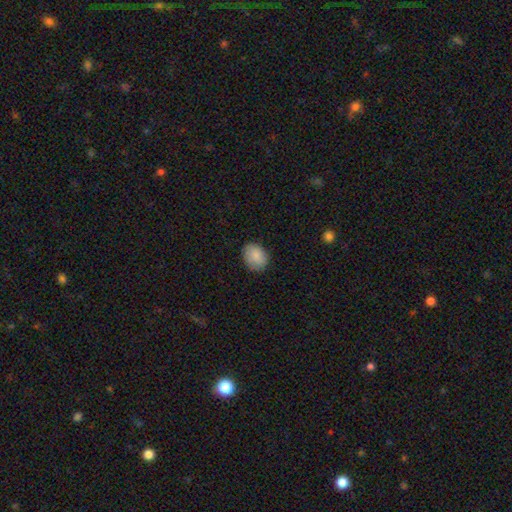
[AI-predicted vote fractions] smooth-or-featured: smooth: 88% | star or artifact: 7% | featured or disk: 6%
  how-rounded: in between: 61% | round: 38% | cigar-shaped: 1%
  merging: none: 83% | minor disturbance: 13% | major disturbance: 3% | merger: 1%